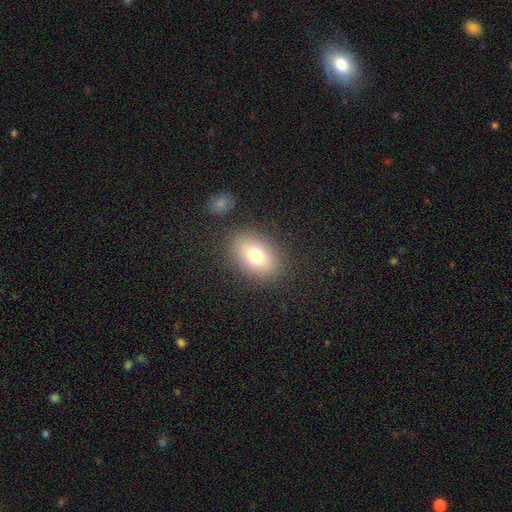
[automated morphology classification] A smooth galaxy with no disk features (75%) that is in between round and cigar-shaped (74%). Merging: none (84%).